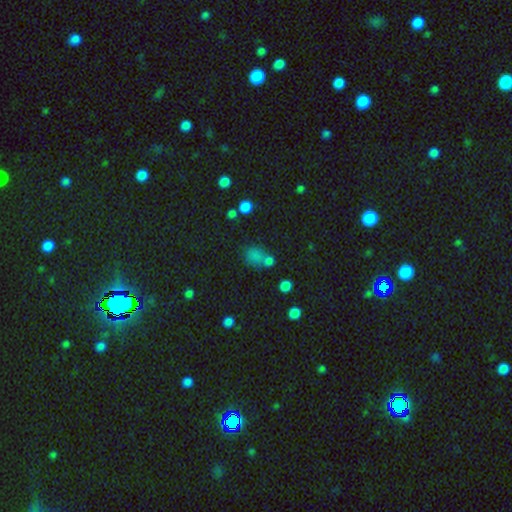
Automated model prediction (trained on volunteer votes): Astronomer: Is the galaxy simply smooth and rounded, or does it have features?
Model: smooth — 66%.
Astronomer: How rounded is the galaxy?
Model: round — 58% (runner-up: in between, 40%).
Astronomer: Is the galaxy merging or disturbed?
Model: none — 47% (runner-up: merger, 30%).